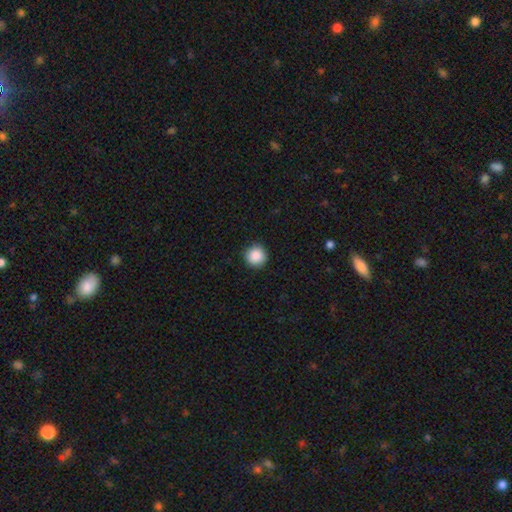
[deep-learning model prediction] This appears to be a smooth galaxy with no disk features (89%) that is round (95%). Merging: none (92%).